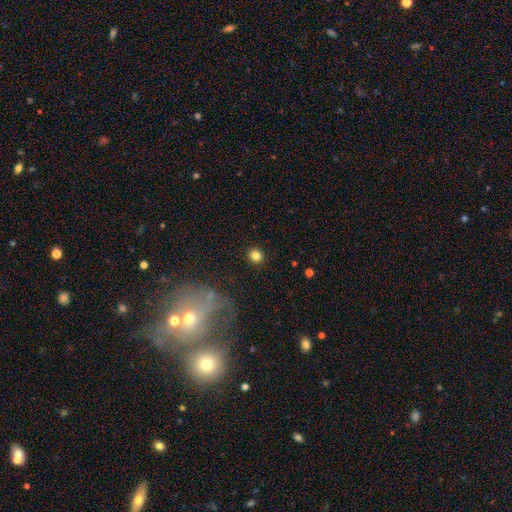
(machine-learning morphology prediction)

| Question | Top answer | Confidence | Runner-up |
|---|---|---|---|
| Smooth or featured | smooth | 82% | star or artifact (12%) |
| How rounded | round | 91% | in between (8%) |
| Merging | none | 91% | minor disturbance (5%) |